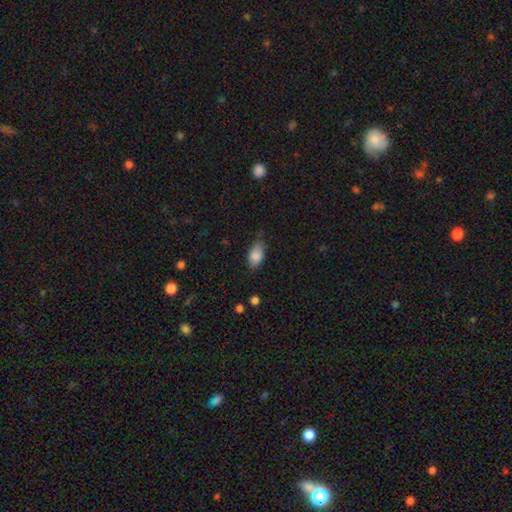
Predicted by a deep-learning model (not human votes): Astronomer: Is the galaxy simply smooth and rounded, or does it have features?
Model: smooth — 85%.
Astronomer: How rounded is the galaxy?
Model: in between — 91%.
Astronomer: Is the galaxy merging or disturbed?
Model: none — 67%.